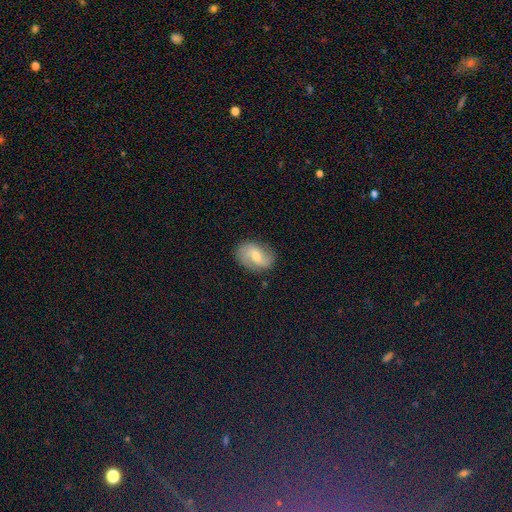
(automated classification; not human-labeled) Smooth or featured? Predicted: featured or disk (p=0.63). Edge-on disk? Predicted: no (p=0.97). Bar? Predicted: weak (p=0.52). Spiral arms? Predicted: yes (p=0.90). Spiral winding? Predicted: loose (p=0.45). Spiral arm count? Predicted: 2 (p=0.79). Bulge size? Predicted: moderate (p=0.53). Merging? Predicted: none (p=0.78).